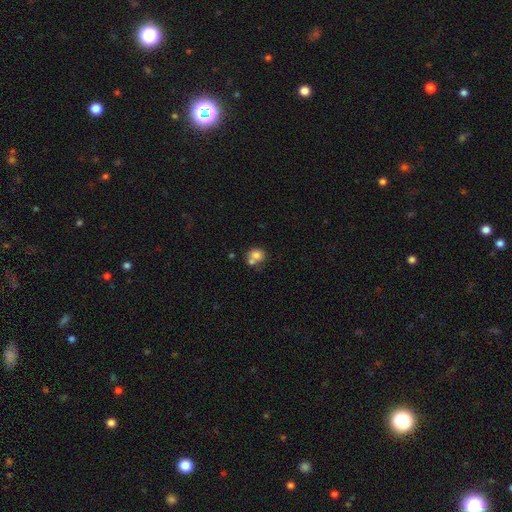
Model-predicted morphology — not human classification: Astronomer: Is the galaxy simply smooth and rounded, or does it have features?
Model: smooth — 76%.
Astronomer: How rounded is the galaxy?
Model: round — 67%.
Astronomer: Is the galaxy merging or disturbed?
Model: none — 43% (runner-up: merger, 42%).